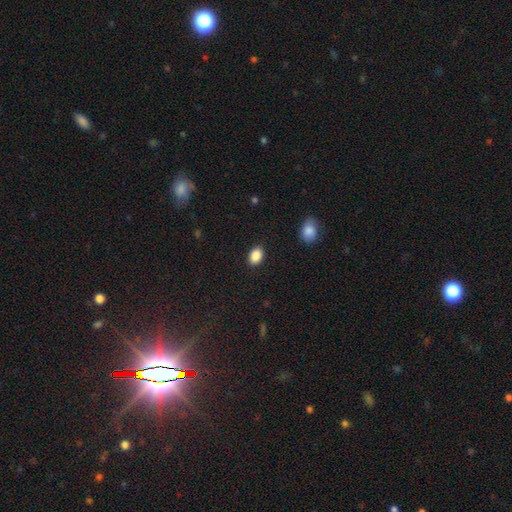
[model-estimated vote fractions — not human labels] Smooth or featured: smooth — 88% (star or artifact — 8%)
How rounded: in between — 80% (round — 18%)
Merging: none — 89% (minor disturbance — 8%)